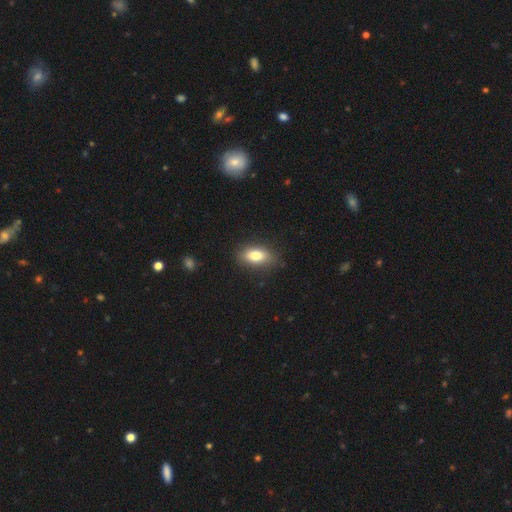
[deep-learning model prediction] The model was most divided on "smooth or featured": smooth: 79%, featured or disk: 13%, star or artifact: 8%. More confident: how rounded — in between (85%); merging — none (82%).